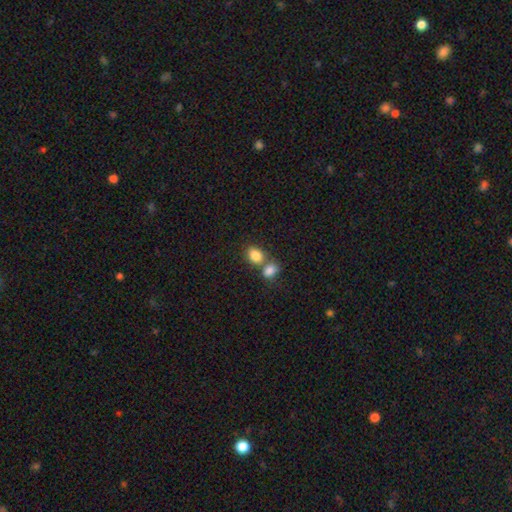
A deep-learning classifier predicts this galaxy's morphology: Smooth or featured? Predicted: smooth (p=0.84). How rounded? Predicted: in between (p=0.64). Merging? Predicted: merger (p=0.48).